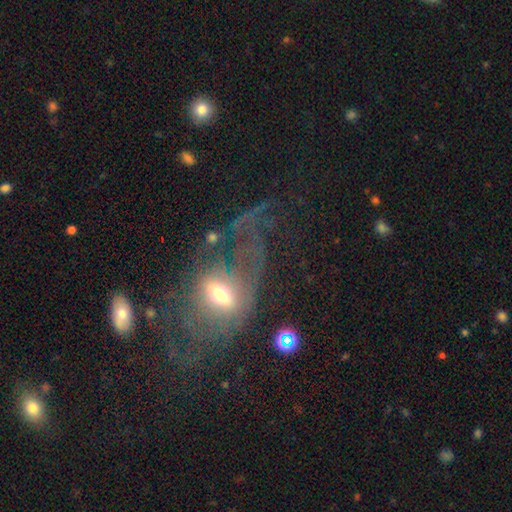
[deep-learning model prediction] Q: Smooth or featured?
A: featured or disk (50%); runner-up: smooth (32%)
Q: Merging?
A: major disturbance (47%); runner-up: none (28%)